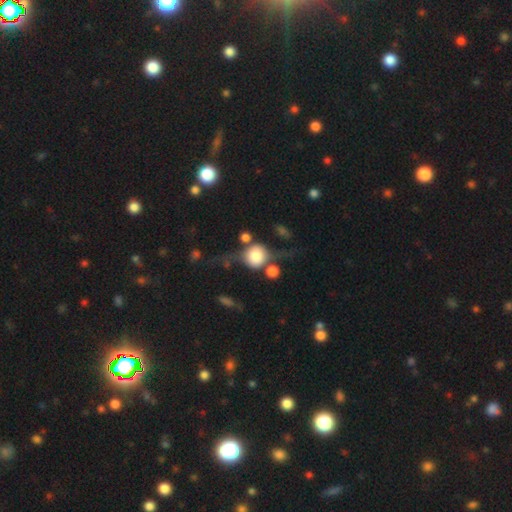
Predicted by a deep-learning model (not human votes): Smooth or featured?
  - smooth: 55% *
  - featured or disk: 36%
  - star or artifact: 9%
How rounded?
  - round: 83% *
  - in between: 15%
  - cigar-shaped: 2%
Merging?
  - none: 45% *
  - major disturbance: 19%
  - minor disturbance: 19%
  - merger: 16%